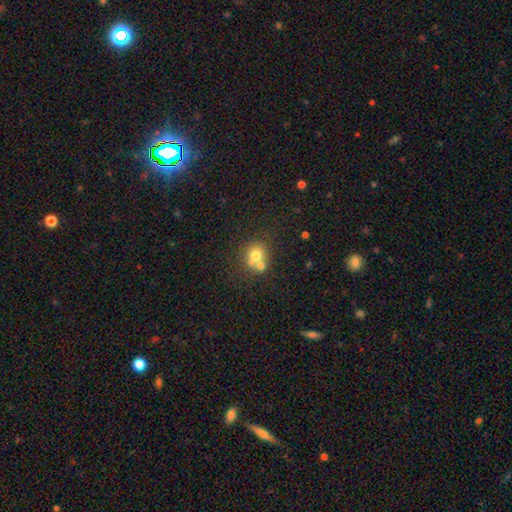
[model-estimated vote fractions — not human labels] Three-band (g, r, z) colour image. It shows a smooth galaxy with no disk features (70%) that is round (83%). Merging: none (44%, tied with merger).